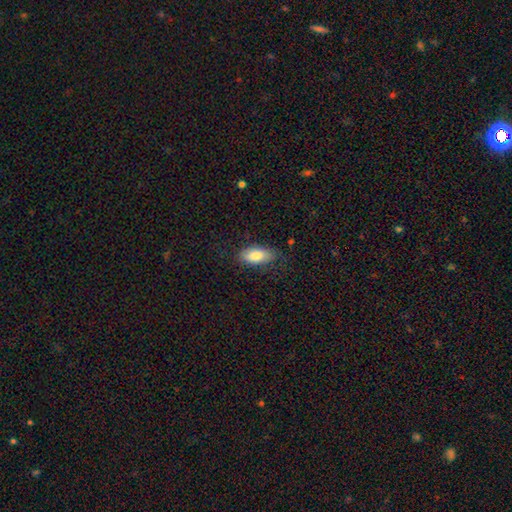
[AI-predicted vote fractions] Smooth or featured? smooth (84%)
How rounded? in between (87%)
Merging? none (73%)